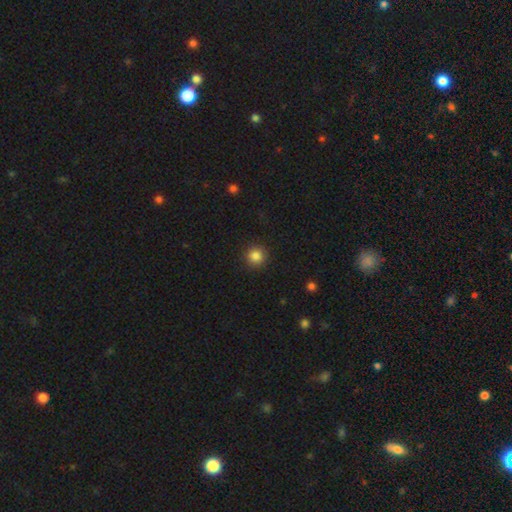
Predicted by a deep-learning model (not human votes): smooth-or-featured: smooth: 84% | star or artifact: 11% | featured or disk: 4%
  how-rounded: round: 95% | in between: 4% | cigar-shaped: 1%
  merging: none: 91% | minor disturbance: 6% | major disturbance: 2% | merger: 1%